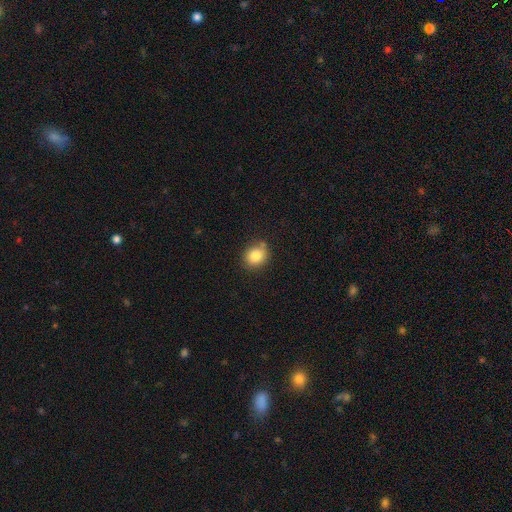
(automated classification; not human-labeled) A smooth galaxy with no disk features (83%) that is round (74%).

Vote fractions:
- Smooth or featured? smooth: 83% / star or artifact: 10% / featured or disk: 7%
- How rounded? round: 74% / in between: 25% / cigar-shaped: 1%
- Merging? none: 74% / minor disturbance: 17% / merger: 5% / major disturbance: 4%